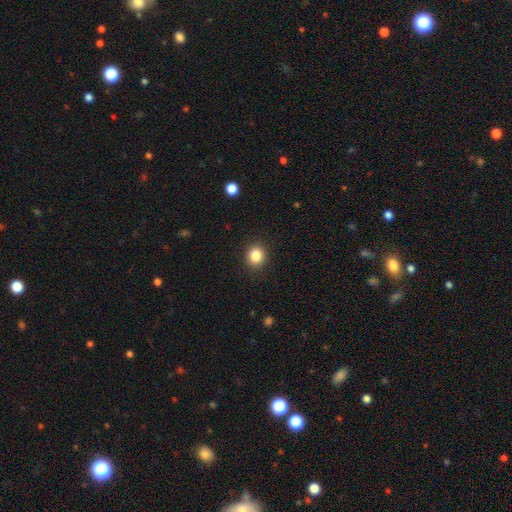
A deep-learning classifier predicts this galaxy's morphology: type=smooth (86%); roundness=round (79%); merging=none (90%).